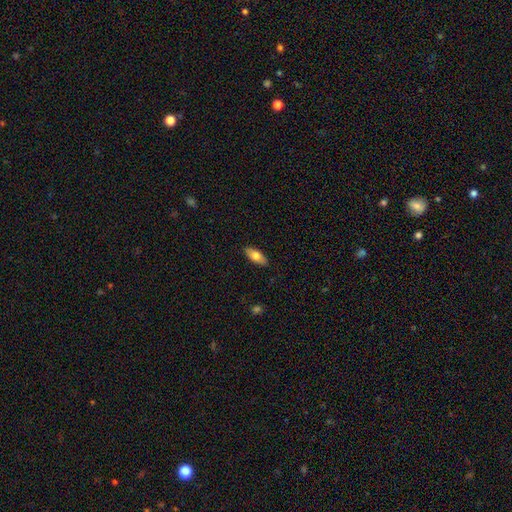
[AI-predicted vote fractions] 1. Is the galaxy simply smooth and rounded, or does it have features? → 74% smooth, 20% featured or disk, 6% star or artifact.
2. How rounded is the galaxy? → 84% in between, 14% cigar-shaped, 3% round.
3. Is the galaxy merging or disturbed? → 88% none, 9% minor disturbance, 2% major disturbance, 1% merger.